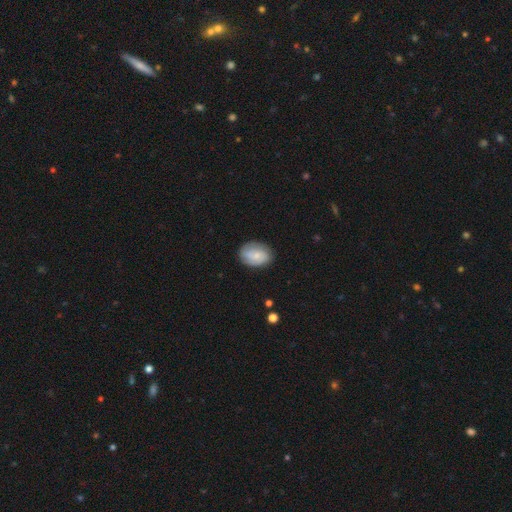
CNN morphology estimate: This is possibly a smooth galaxy (56%). How rounded: likely in between (74%). Merging: likely none (79%).